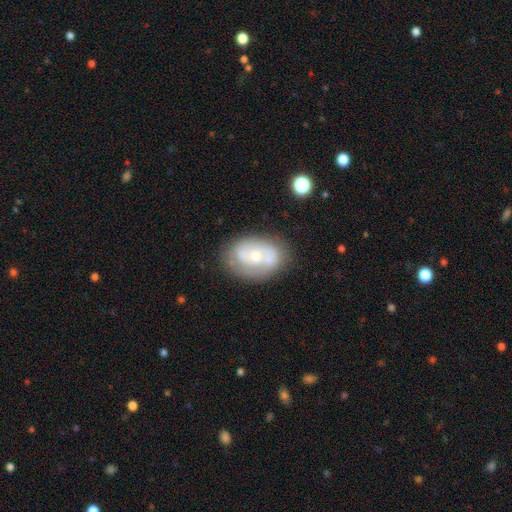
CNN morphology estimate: smooth-or-featured: featured or disk: 59% | smooth: 33% | star or artifact: 8%
  disk-edge-on: no: 95% | yes: 5%
    bar: no: 76% | weak: 19% | strong: 5%
    has-spiral-arms: yes: 52% | no: 48%
    bulge-size: small: 54% | moderate: 41% | large: 2% | none: 1% | dominant: 1%
  merging: none: 63% | minor disturbance: 19% | merger: 11% | major disturbance: 7%